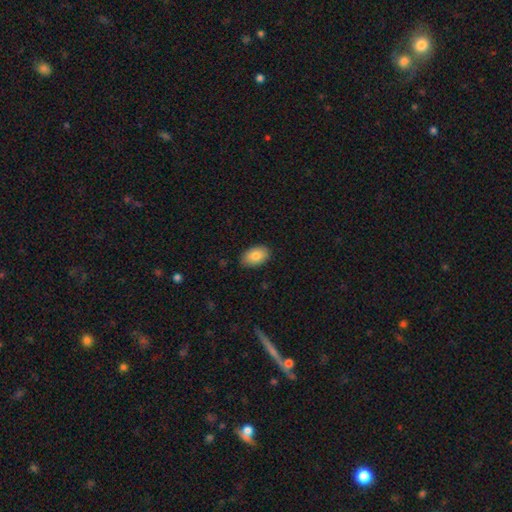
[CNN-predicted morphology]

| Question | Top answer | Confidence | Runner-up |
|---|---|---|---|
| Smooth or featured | smooth | 86% | featured or disk (8%) |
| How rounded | in between | 92% | round (6%) |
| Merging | none | 84% | minor disturbance (12%) |